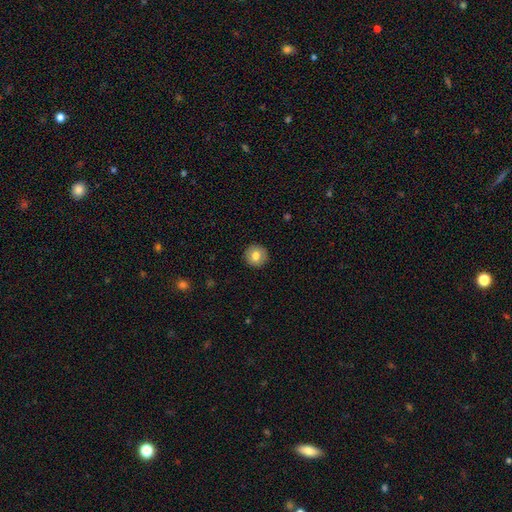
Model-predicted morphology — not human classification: This is likely a smooth galaxy (78%). How rounded: clearly round (95%). Merging: clearly none (92%).